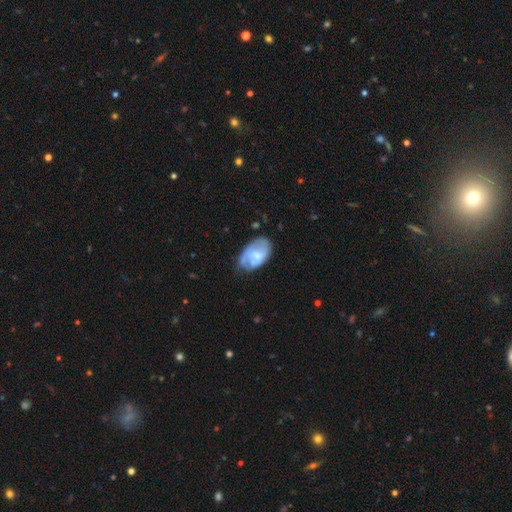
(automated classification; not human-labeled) Smooth or featured? featured or disk (50%)
Merging? none (51%)